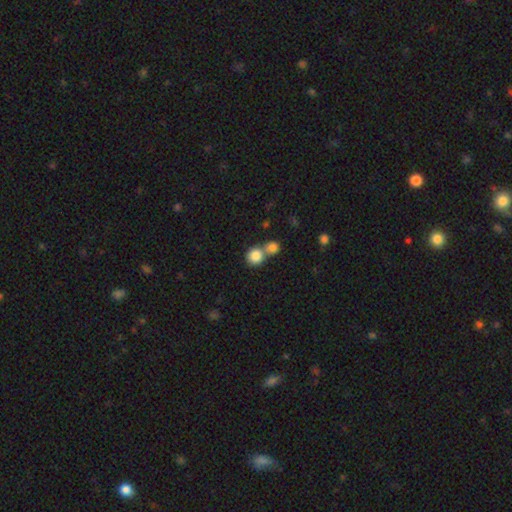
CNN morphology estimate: Overall: smooth (84%). How rounded: round (88%). Merging: merger (48%; none 43%).